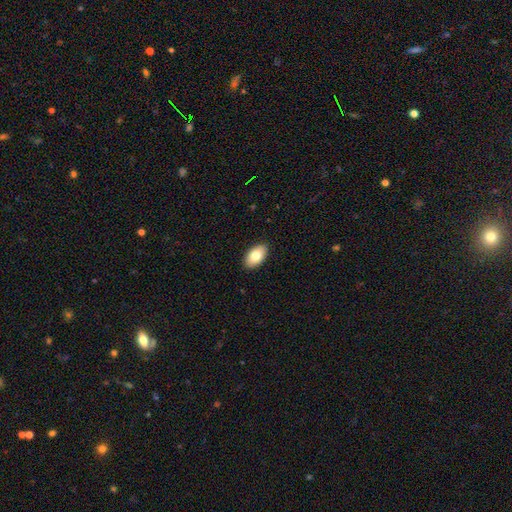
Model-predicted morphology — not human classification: Smooth or featured: smooth — 80% (featured or disk — 13%)
How rounded: in between — 95% (round — 4%)
Merging: none — 89% (minor disturbance — 8%)